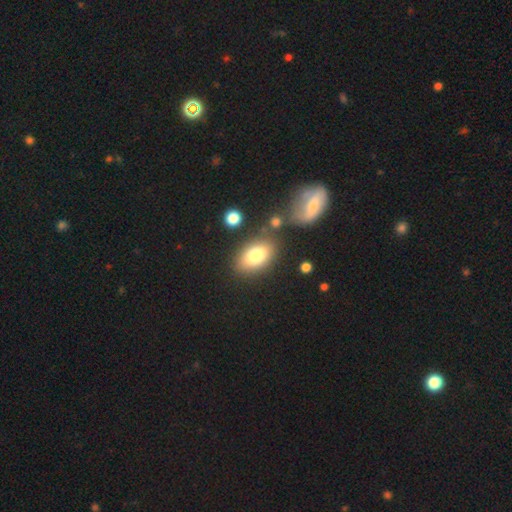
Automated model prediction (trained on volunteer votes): smooth_or_featured: smooth (p=0.79) [alt: featured or disk p=0.12]
how_rounded: in between (p=0.87) [alt: round p=0.11]
merging: none (p=0.77) [alt: minor disturbance p=0.12]